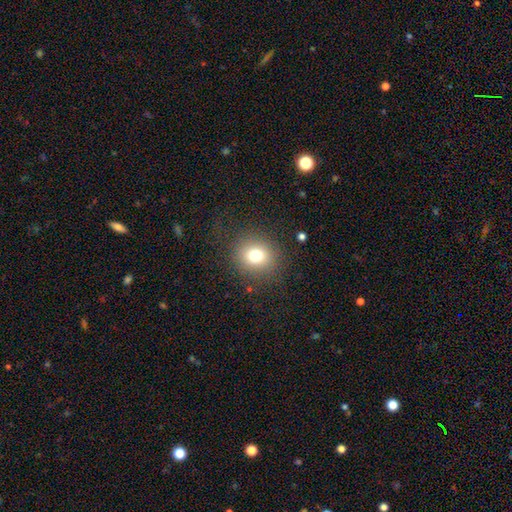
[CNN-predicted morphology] A smooth galaxy with no disk features (76%) that is round (80%). Merging: none (84%).